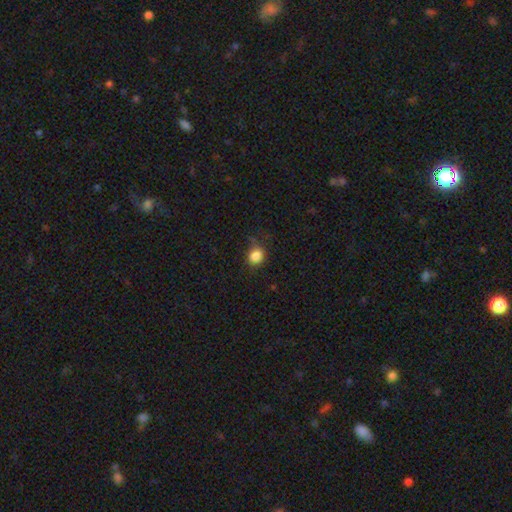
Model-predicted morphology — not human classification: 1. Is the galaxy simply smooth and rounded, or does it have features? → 85% smooth, 11% star or artifact, 4% featured or disk.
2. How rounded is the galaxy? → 70% round, 30% in between, 1% cigar-shaped.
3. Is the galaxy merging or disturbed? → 74% none, 19% minor disturbance, 5% major disturbance, 1% merger.